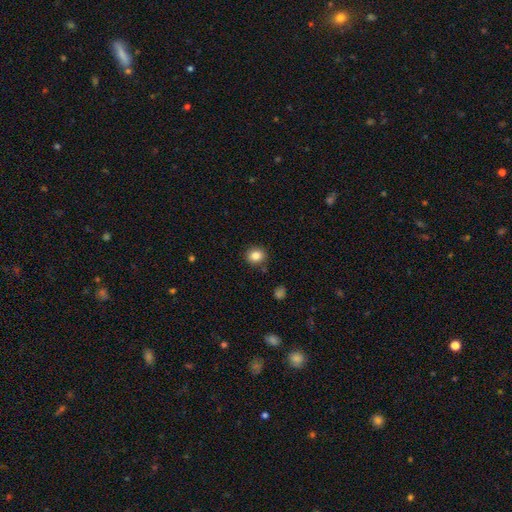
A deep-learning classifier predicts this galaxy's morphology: Smooth or featured? Predicted: smooth (p=0.84). How rounded? Predicted: round (p=0.80). Merging? Predicted: none (p=0.88).